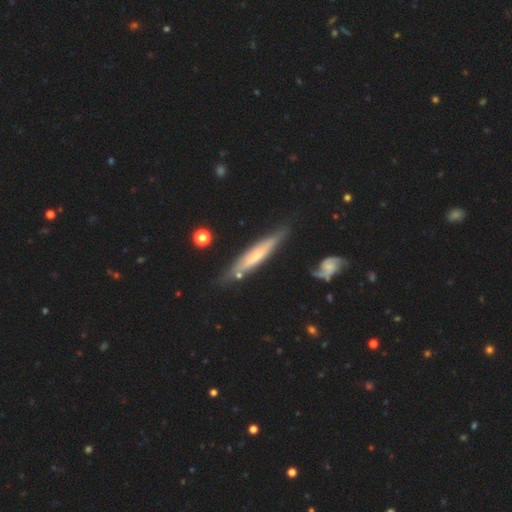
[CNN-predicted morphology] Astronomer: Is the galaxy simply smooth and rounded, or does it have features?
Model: featured or disk — 60% (runner-up: smooth, 35%).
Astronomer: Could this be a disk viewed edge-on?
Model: yes — 80%.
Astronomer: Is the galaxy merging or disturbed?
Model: none — 73%.